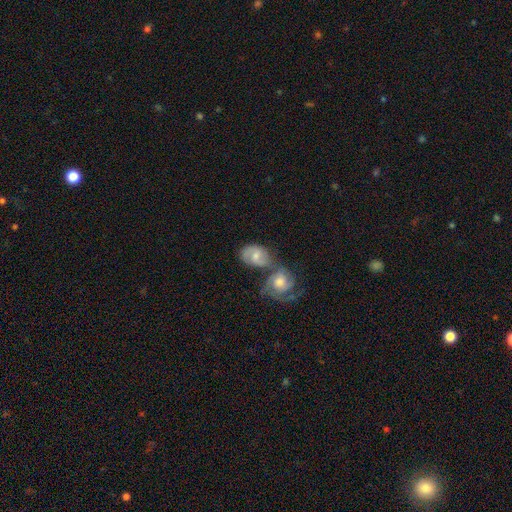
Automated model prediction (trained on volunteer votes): smooth_or_featured: featured or disk (p=0.61) [alt: smooth p=0.32]
disk_edge_on: no (p=0.96) [alt: yes p=0.04]
bar: no (p=0.51) [alt: weak p=0.41]
has_spiral_arms: yes (p=0.89) [alt: no p=0.11]
spiral_winding: medium (p=0.45) [alt: tight p=0.39]
spiral_arm_count: 2 (p=0.68) [alt: can't tell p=0.17]
bulge_size: moderate (p=0.58) [alt: small p=0.32]
merging: merger (p=0.53) [alt: none p=0.28]